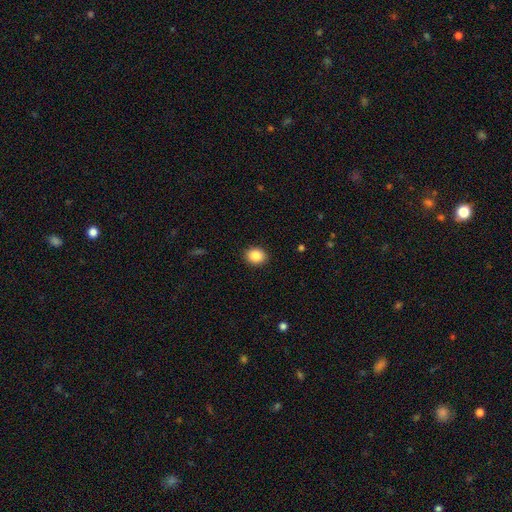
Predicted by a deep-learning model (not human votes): Overall: smooth (87%). How rounded: round (62%; in between 37%). Merging: none (91%).